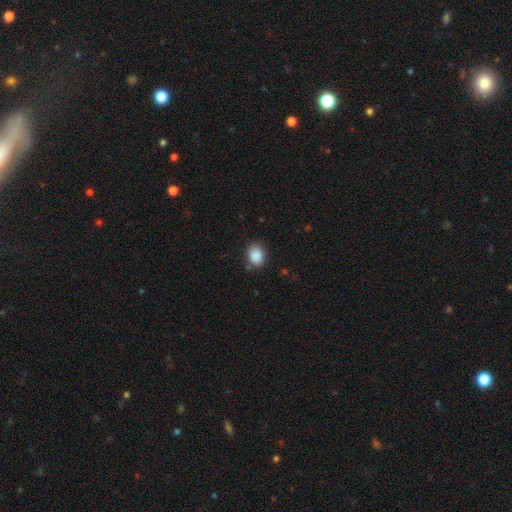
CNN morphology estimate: Smooth or featured? smooth (89%)
How rounded? in between (53%)
Merging? none (80%)